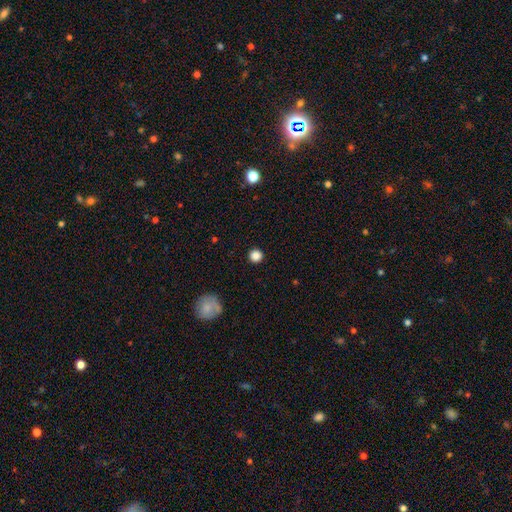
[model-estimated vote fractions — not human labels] This is clearly a smooth galaxy (85%). How rounded: clearly round (96%). Merging: clearly none (93%).